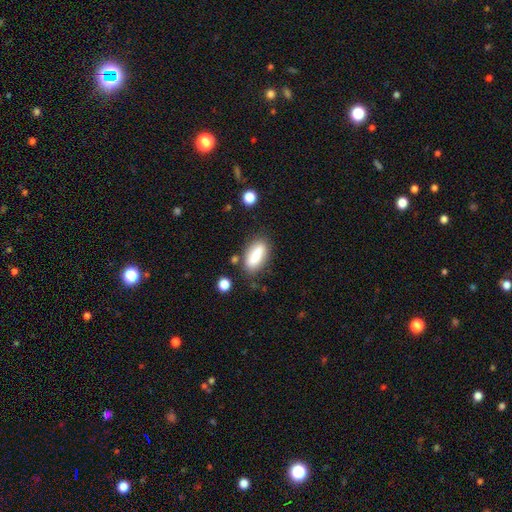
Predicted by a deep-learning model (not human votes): A smooth galaxy with no disk features (77%) that is in between round and cigar-shaped (74%).

Vote fractions:
- Smooth or featured? smooth: 77% / featured or disk: 15% / star or artifact: 8%
- How rounded? in between: 74% / cigar-shaped: 23% / round: 3%
- Merging? none: 74% / minor disturbance: 16% / merger: 5% / major disturbance: 5%